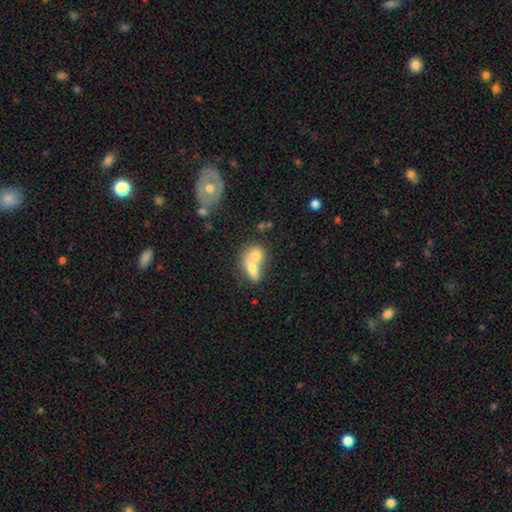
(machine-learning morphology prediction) Smooth or featured: smooth — 69% (featured or disk — 23%)
How rounded: in between — 58% (round — 37%)
Merging: merger — 72% (none — 18%)